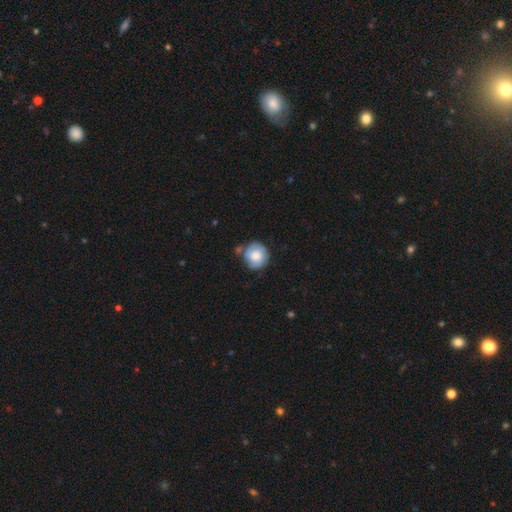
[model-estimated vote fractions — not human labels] Overall: smooth (72%). How rounded: round (90%). Merging: none (67%).